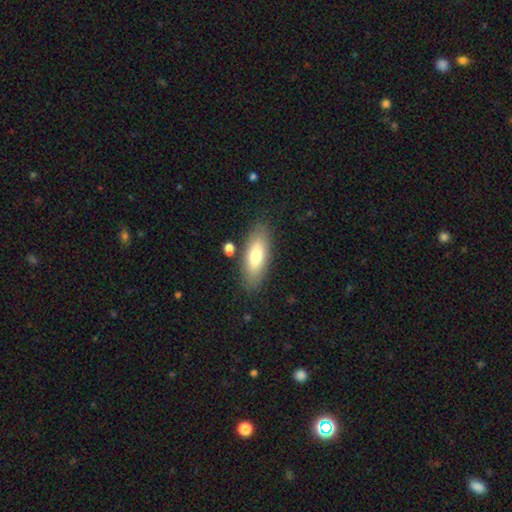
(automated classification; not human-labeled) Q: Smooth or featured?
A: smooth (74%); runner-up: featured or disk (20%)
Q: How rounded?
A: in between (73%); runner-up: cigar-shaped (25%)
Q: Merging?
A: none (82%); runner-up: minor disturbance (11%)